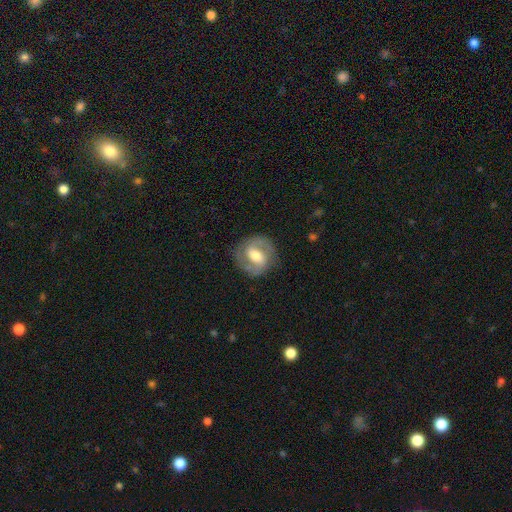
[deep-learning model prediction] Smooth or featured? featured or disk (79%)
Edge-on disk? no (97%)
Bar? weak (46%)
Spiral arms? yes (91%)
Spiral winding? medium (51%)
Spiral arm count? 2 (90%)
Bulge size? moderate (66%)
Merging? none (84%)